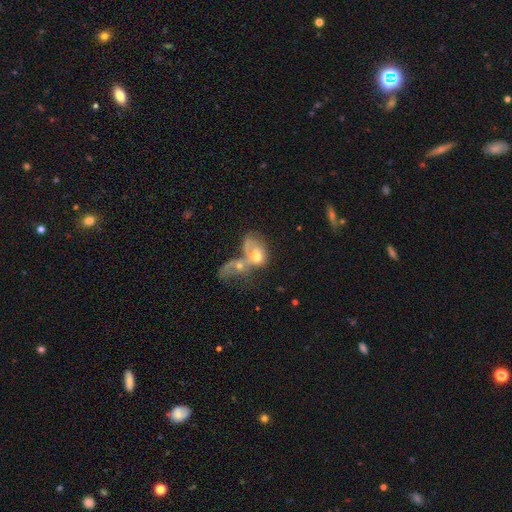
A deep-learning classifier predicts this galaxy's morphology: Smooth or featured? smooth (50%)
How rounded? in between (77%)
Merging? merger (69%)